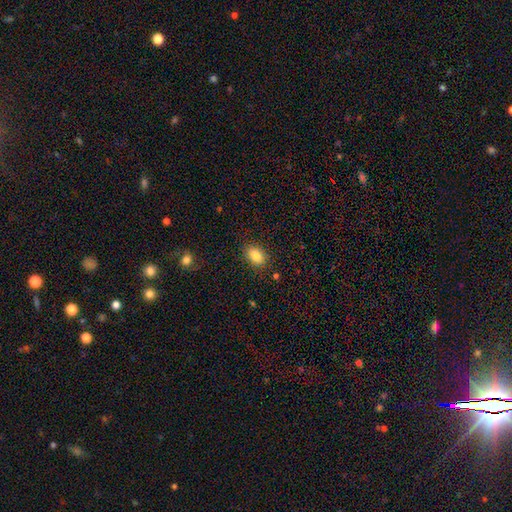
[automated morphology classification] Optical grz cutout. It shows a smooth galaxy with no disk features (85%) that is in between round and cigar-shaped (85%). Merging: none (87%).